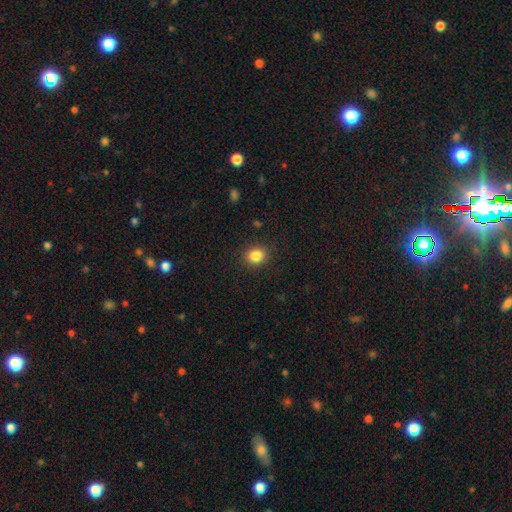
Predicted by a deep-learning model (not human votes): Smooth or featured? Predicted: smooth (p=0.85). How rounded? Predicted: round (p=0.69). Merging? Predicted: none (p=0.88).